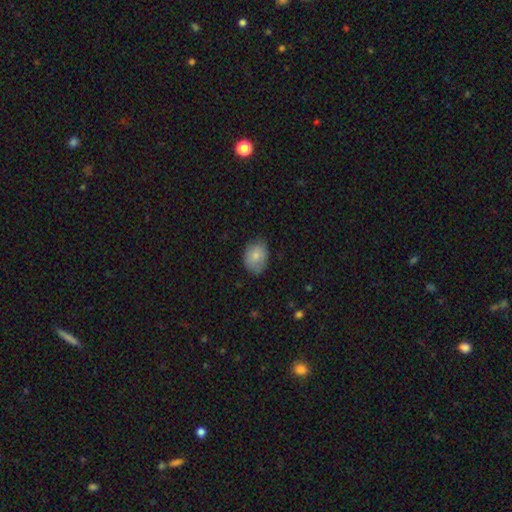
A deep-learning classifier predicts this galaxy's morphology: A smooth galaxy with no disk features (80%) that is in between round and cigar-shaped (68%).

Vote fractions:
- Smooth or featured? smooth: 80% / featured or disk: 12% / star or artifact: 7%
- How rounded? in between: 68% / round: 31% / cigar-shaped: 1%
- Merging? none: 70% / minor disturbance: 25% / major disturbance: 5% / merger: 1%